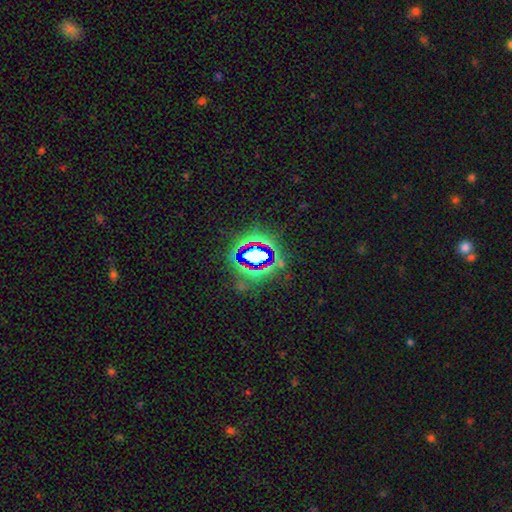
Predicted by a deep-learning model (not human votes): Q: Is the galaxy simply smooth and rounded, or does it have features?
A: star or artifact — 72%.